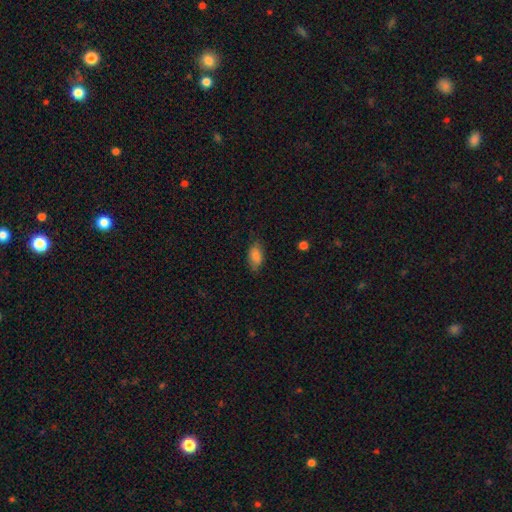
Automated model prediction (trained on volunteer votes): Morphology: type=smooth (83%); roundness=in between (91%); merging=none (75%).